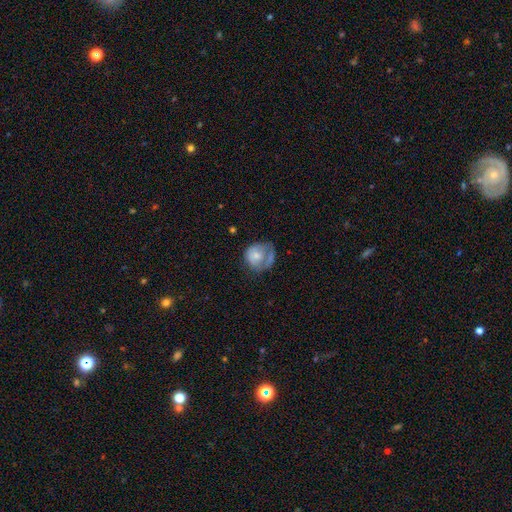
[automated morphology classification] The model was most divided on "merging": none: 37%, minor disturbance: 27%, major disturbance: 24%, merger: 12%. More confident: how rounded — round (71%); smooth or featured — smooth (58%).